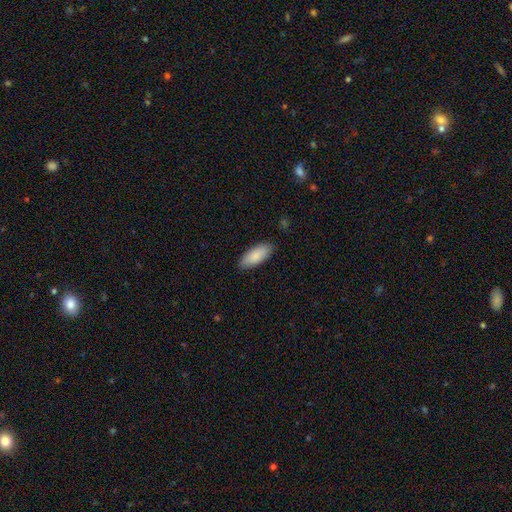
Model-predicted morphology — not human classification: Smooth or featured?
  - smooth: 87% *
  - featured or disk: 8%
  - star or artifact: 5%
How rounded?
  - in between: 82% *
  - cigar-shaped: 17%
  - round: 2%
Merging?
  - none: 87% *
  - minor disturbance: 10%
  - major disturbance: 2%
  - merger: 1%